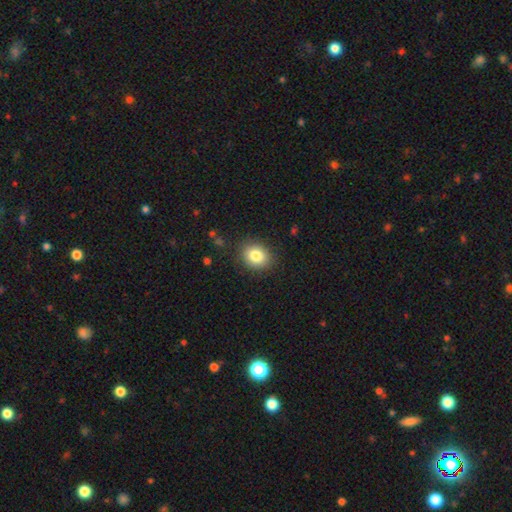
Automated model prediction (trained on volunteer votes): The model was most divided on "how rounded": round: 57%, in between: 42%, cigar-shaped: 1%. More confident: merging — none (87%); smooth or featured — smooth (83%).